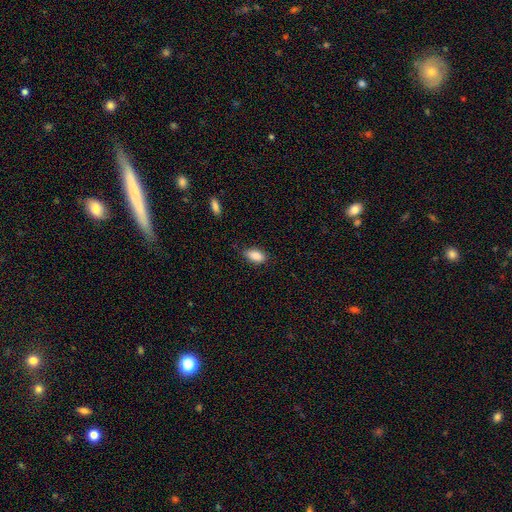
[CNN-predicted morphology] Smooth or featured? smooth (89%)
How rounded? in between (91%)
Merging? none (79%)